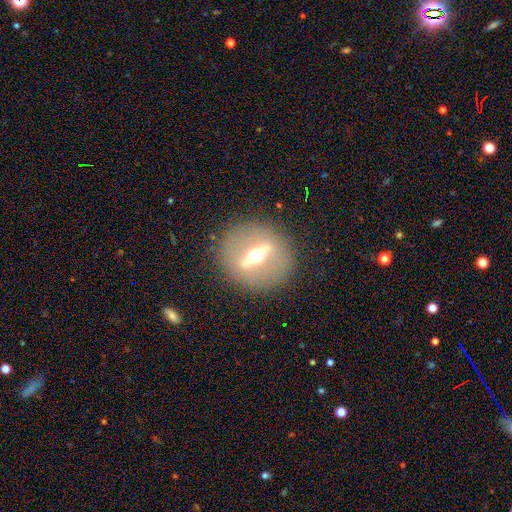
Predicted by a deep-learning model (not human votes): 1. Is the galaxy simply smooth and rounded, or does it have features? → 77% featured or disk, 15% smooth, 8% star or artifact.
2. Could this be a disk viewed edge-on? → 54% yes, 46% no.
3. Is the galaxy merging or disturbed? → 88% none, 7% minor disturbance, 4% major disturbance, 1% merger.